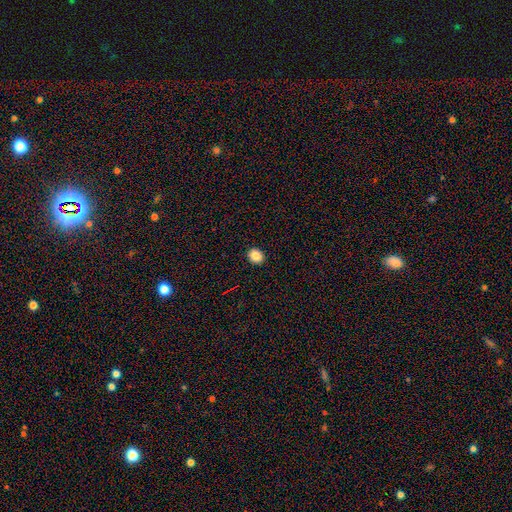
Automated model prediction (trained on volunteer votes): Smooth or featured?
  - smooth: 85% *
  - star or artifact: 10%
  - featured or disk: 5%
How rounded?
  - round: 66% *
  - in between: 33%
  - cigar-shaped: 1%
Merging?
  - none: 92% *
  - minor disturbance: 5%
  - major disturbance: 2%
  - merger: 1%